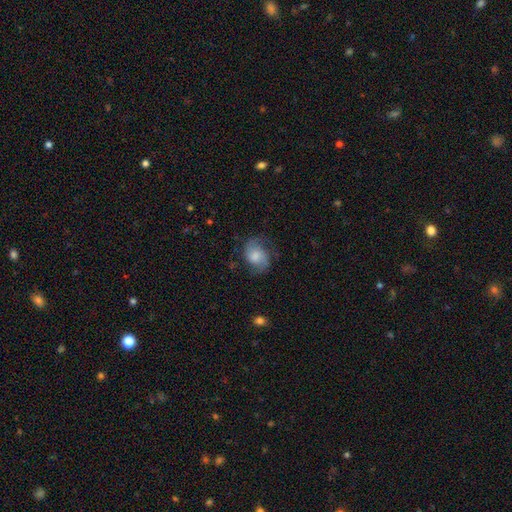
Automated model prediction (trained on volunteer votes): Smooth or featured? featured or disk (52%)
Edge-on disk? no (97%)
Bar? no (61%)
Spiral arms? yes (89%)
Bulge size? moderate (36%)
Merging? none (64%)